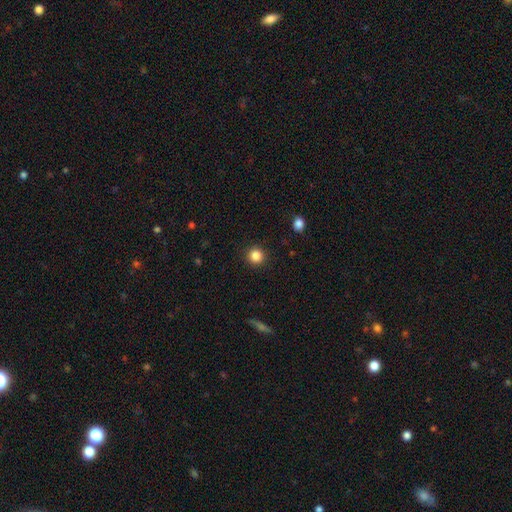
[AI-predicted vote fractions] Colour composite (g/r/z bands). It shows a smooth galaxy with no disk features (85%) that is round (94%). Merging: none (92%).